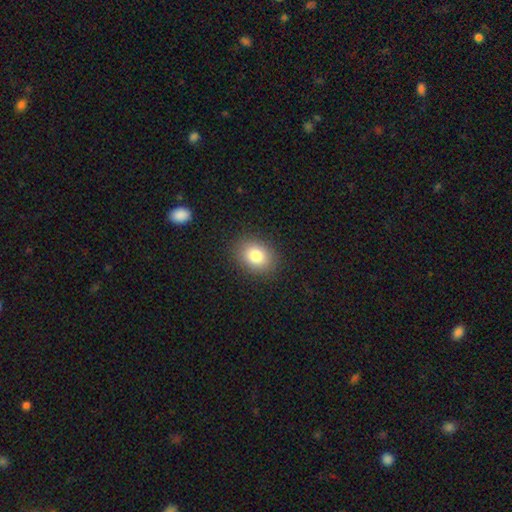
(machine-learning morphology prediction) The model was most divided on "how rounded": in between: 58%, round: 42%, cigar-shaped: 1%. More confident: merging — none (89%); smooth or featured — smooth (83%).